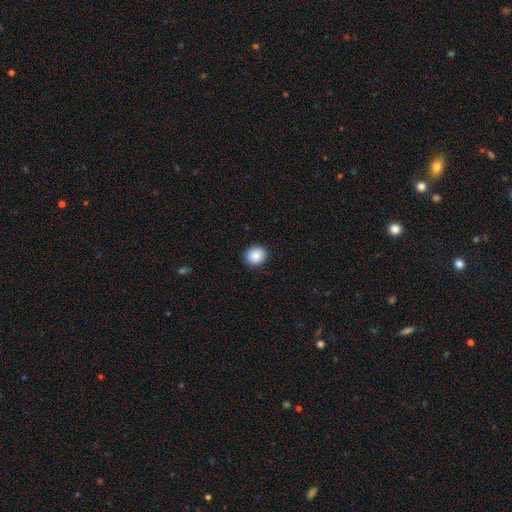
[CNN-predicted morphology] This appears to be a smooth galaxy with no disk features (87%) that is round (85%). Merging: none (91%).